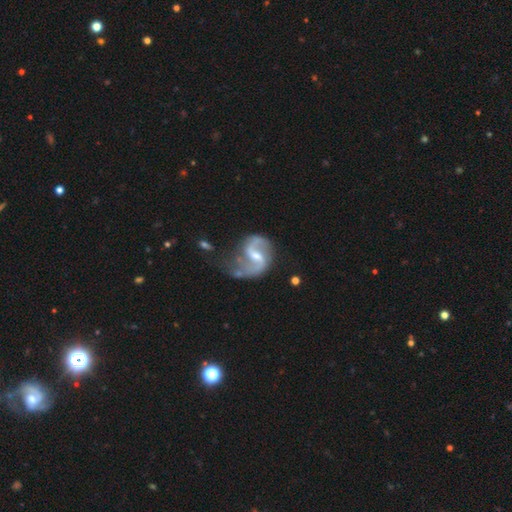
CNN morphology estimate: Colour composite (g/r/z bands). It shows a featured or disk galaxy (90%) with a weak bar (55%), 2 (91%) medium (46%) spiral arms (97%) and a small central bulge (46%). Merging: none (54%).